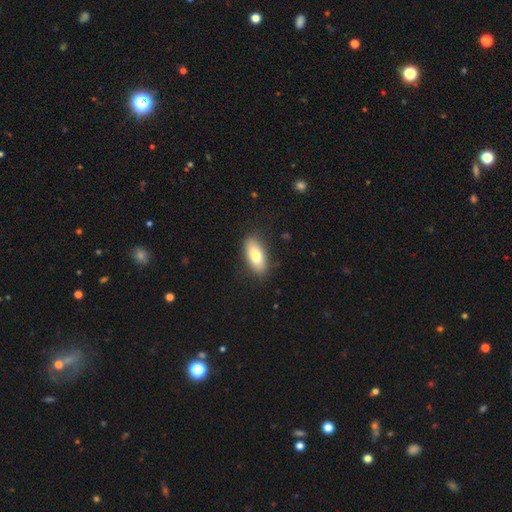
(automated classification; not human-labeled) Smooth or featured? Predicted: smooth (p=0.77). How rounded? Predicted: in between (p=0.85). Merging? Predicted: none (p=0.86).